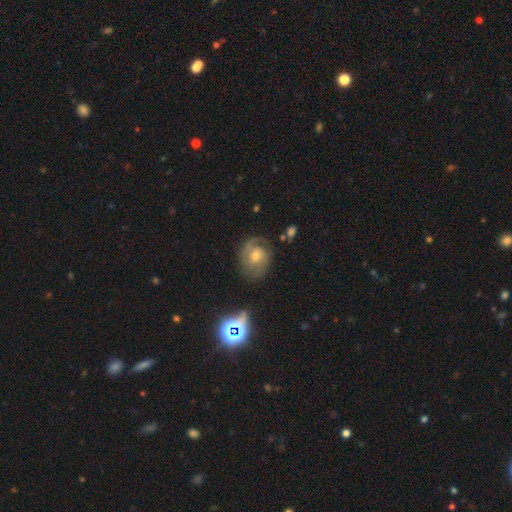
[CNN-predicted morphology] Smooth or featured: featured or disk — 66% (smooth — 19%)
Edge-on disk: no — 97% (yes — 3%)
Bar: no — 64% (weak — 30%)
Spiral arms: yes — 91% (no — 9%)
Spiral winding: tight — 47% (medium — 39%)
Spiral arm count: 2 — 55% (can't tell — 19%)
Bulge size: moderate — 61% (small — 30%)
Merging: none — 70% (minor disturbance — 19%)